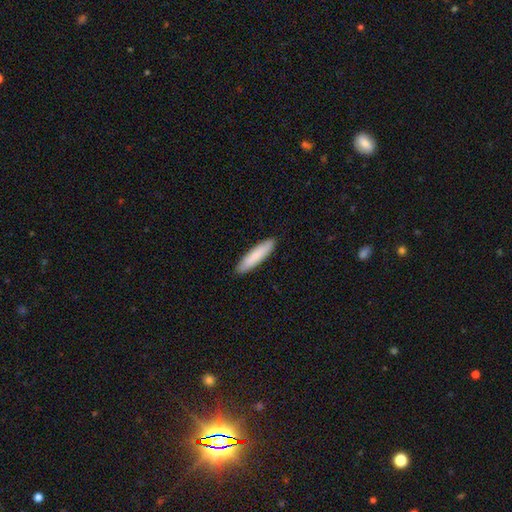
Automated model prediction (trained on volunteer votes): A smooth galaxy with no disk features (83%) that is cigar-shaped (83%).

Vote fractions:
- Smooth or featured? smooth: 83% / featured or disk: 11% / star or artifact: 5%
- How rounded? cigar-shaped: 83% / in between: 16% / round: 1%
- Merging? none: 91% / minor disturbance: 7% / major disturbance: 1% / merger: 1%